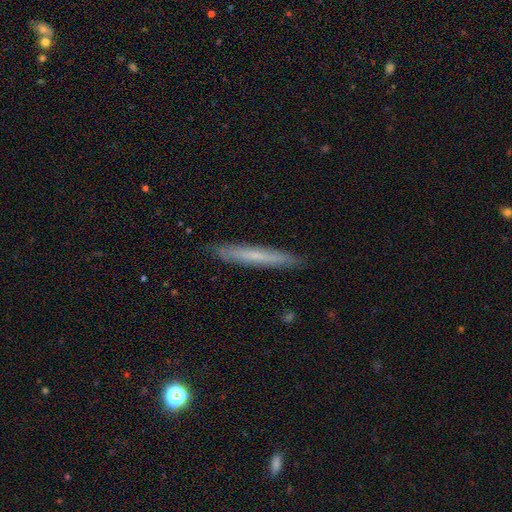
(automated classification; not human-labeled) Q: Smooth or featured?
A: smooth (57%); runner-up: featured or disk (36%)
Q: How rounded?
A: cigar-shaped (96%); runner-up: in between (3%)
Q: Merging?
A: none (90%); runner-up: minor disturbance (8%)